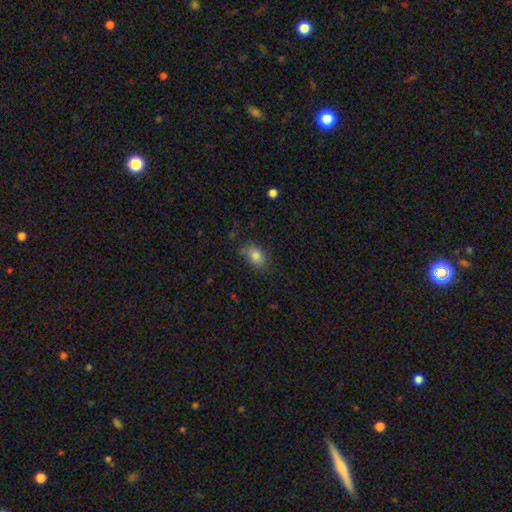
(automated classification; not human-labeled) A smooth galaxy with no disk features (82%) that is in between round and cigar-shaped (79%). Merging: none (73%).